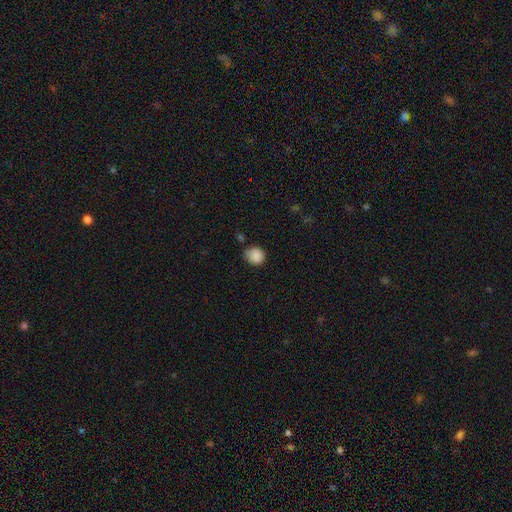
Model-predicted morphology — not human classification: smooth_or_featured: smooth (p=0.87) [alt: star or artifact p=0.09]
how_rounded: round (p=0.82) [alt: in between p=0.17]
merging: none (p=0.64) [alt: minor disturbance p=0.27]